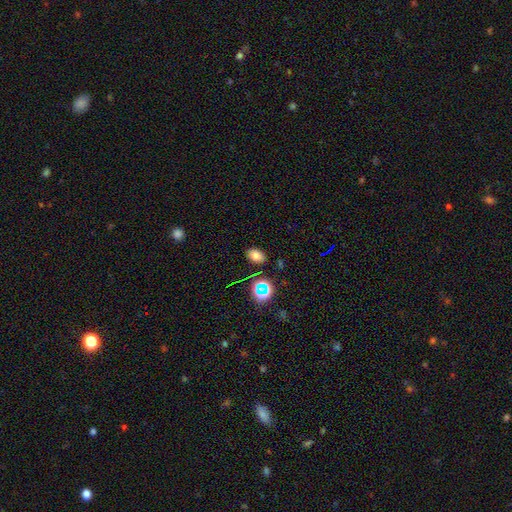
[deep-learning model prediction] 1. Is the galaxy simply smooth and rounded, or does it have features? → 73% smooth, 18% star or artifact, 9% featured or disk.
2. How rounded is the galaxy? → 83% in between, 16% round, 1% cigar-shaped.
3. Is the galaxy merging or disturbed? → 83% none, 11% minor disturbance, 3% merger, 3% major disturbance.